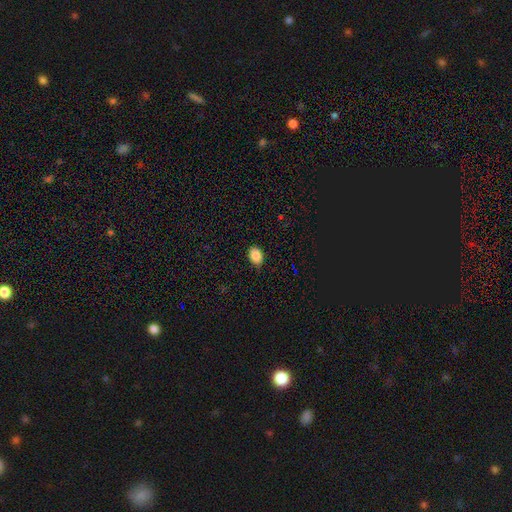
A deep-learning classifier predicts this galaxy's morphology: type=smooth (86%); roundness=in between (75%); merging=none (80%).